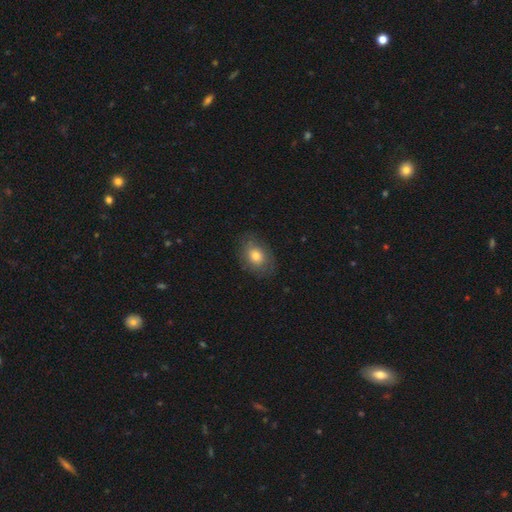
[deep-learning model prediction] smooth_or_featured: smooth (p=0.75) [alt: featured or disk p=0.17]
how_rounded: in between (p=0.70) [alt: round p=0.29]
merging: none (p=0.78) [alt: minor disturbance p=0.16]